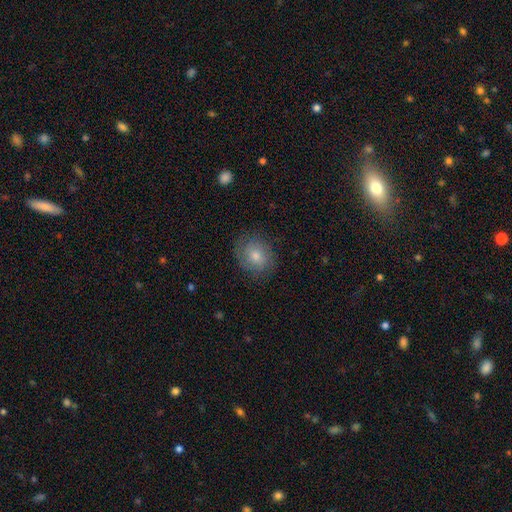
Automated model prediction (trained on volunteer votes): Smooth or featured? smooth (55%)
How rounded? round (65%)
Merging? none (80%)